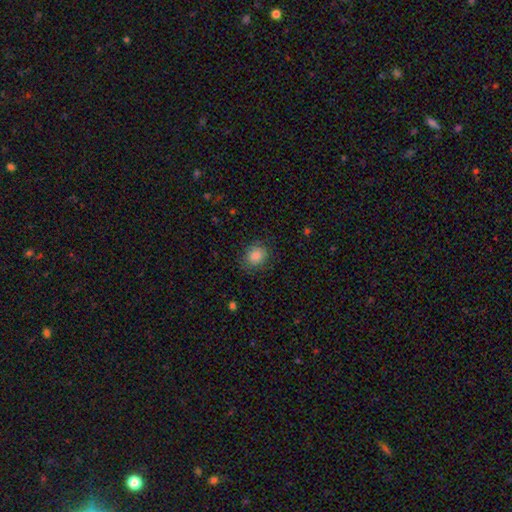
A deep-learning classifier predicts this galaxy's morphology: Smooth or featured? Predicted: smooth (p=0.84). How rounded? Predicted: round (p=0.67). Merging? Predicted: none (p=0.82).